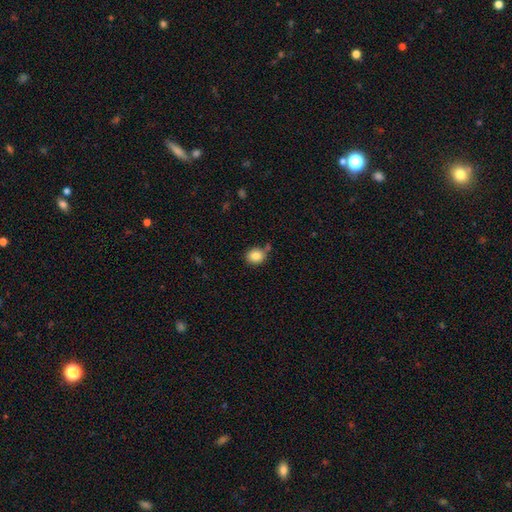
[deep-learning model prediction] Overall: smooth (84%). How rounded: round (74%). Merging: none (68%).